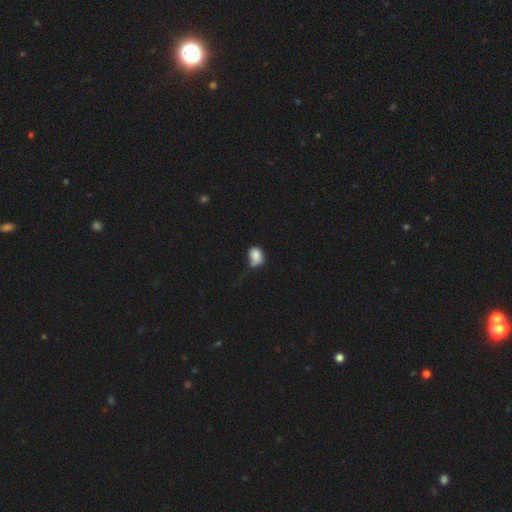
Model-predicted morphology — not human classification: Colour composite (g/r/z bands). It shows a smooth galaxy with no disk features (81%) that is in between round and cigar-shaped (53%). Merging: minor disturbance (35%).